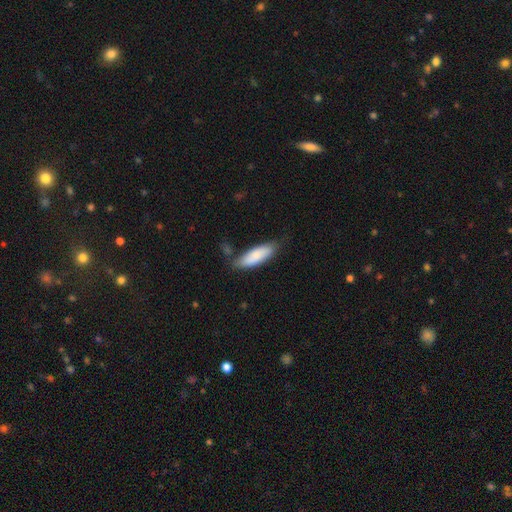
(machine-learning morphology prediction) Smooth or featured? Predicted: smooth (p=0.80). How rounded? Predicted: in between (p=0.58). Merging? Predicted: none (p=0.68).